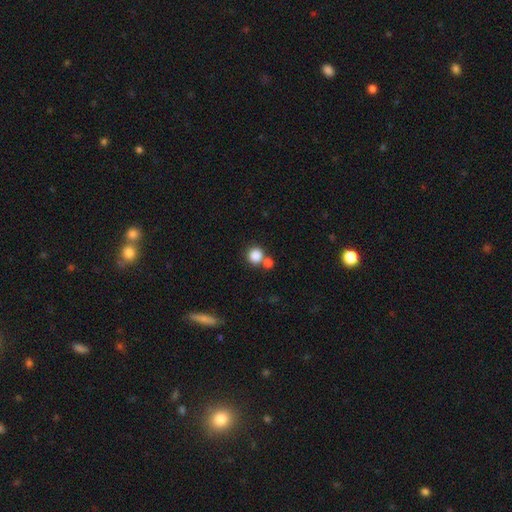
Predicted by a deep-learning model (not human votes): A smooth galaxy with no disk features (84%) that is round (89%).

Vote fractions:
- Smooth or featured? smooth: 84% / star or artifact: 10% / featured or disk: 5%
- How rounded? round: 89% / in between: 10% / cigar-shaped: 1%
- Merging? none: 60% / merger: 28% / minor disturbance: 8% / major disturbance: 3%